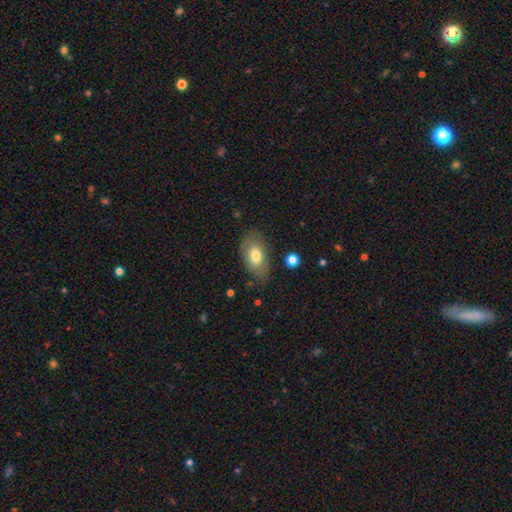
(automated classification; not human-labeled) A smooth galaxy with no disk features (72%) that is in between round and cigar-shaped (92%).

Vote fractions:
- Smooth or featured? smooth: 72% / featured or disk: 21% / star or artifact: 7%
- How rounded? in between: 92% / round: 6% / cigar-shaped: 3%
- Merging? none: 77% / minor disturbance: 16% / major disturbance: 5% / merger: 2%